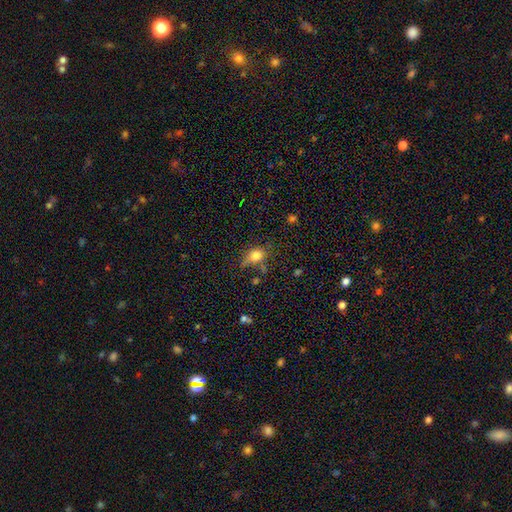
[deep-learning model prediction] smooth-or-featured: smooth: 75% | star or artifact: 13% | featured or disk: 13%
  how-rounded: in between: 53% | round: 43% | cigar-shaped: 4%
  merging: none: 55% | minor disturbance: 26% | major disturbance: 11% | merger: 8%